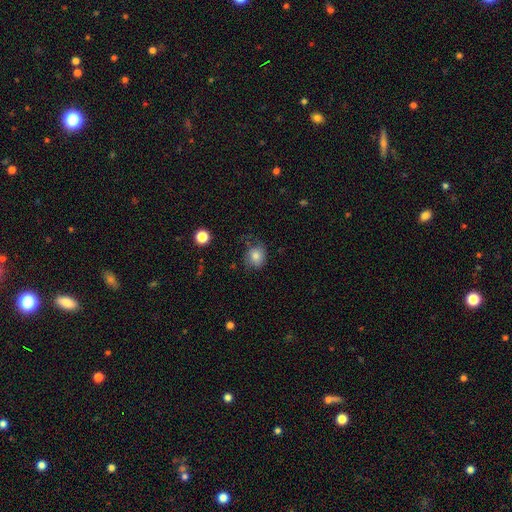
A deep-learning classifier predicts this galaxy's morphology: A smooth galaxy with no disk features (80%) that is round (75%).

Vote fractions:
- Smooth or featured? smooth: 80% / featured or disk: 11% / star or artifact: 10%
- How rounded? round: 75% / in between: 24% / cigar-shaped: 1%
- Merging? none: 59% / minor disturbance: 26% / major disturbance: 13% / merger: 2%